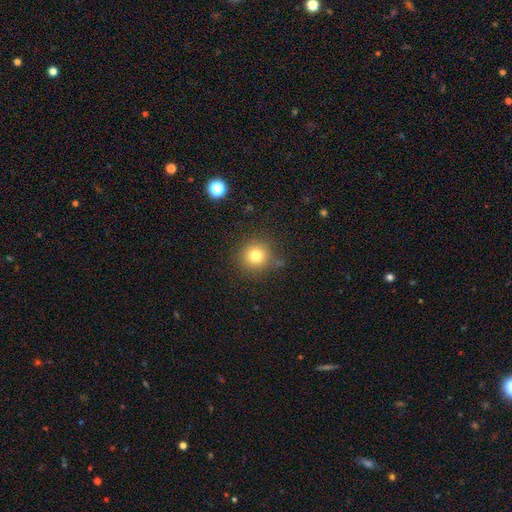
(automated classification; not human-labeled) The model was most divided on "smooth or featured": smooth: 78%, star or artifact: 13%, featured or disk: 8%. More confident: how rounded — round (93%); merging — none (83%).